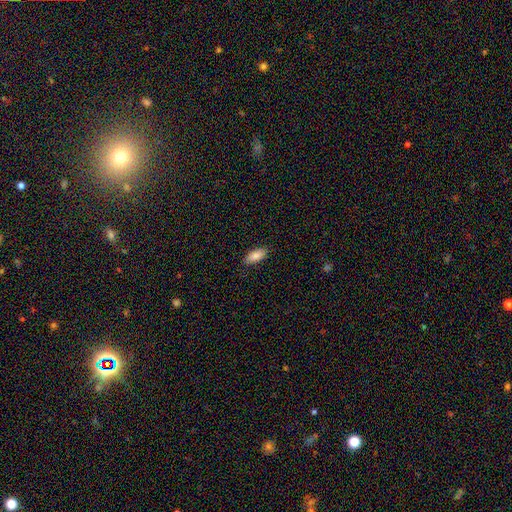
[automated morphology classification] Smooth or featured: smooth — 86% (featured or disk — 7%)
How rounded: in between — 86% (cigar-shaped — 13%)
Merging: none — 86% (minor disturbance — 10%)